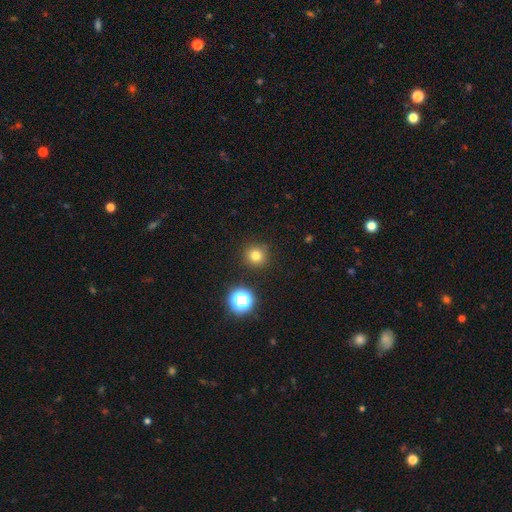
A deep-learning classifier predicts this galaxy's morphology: type=smooth (78%); roundness=round (94%); merging=none (89%).